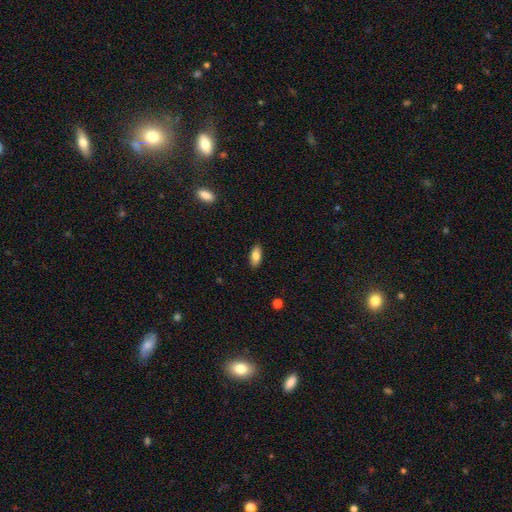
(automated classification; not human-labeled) smooth-or-featured: smooth: 84% | featured or disk: 9% | star or artifact: 7%
  how-rounded: in between: 86% | cigar-shaped: 11% | round: 3%
  merging: none: 88% | minor disturbance: 9% | major disturbance: 2% | merger: 1%